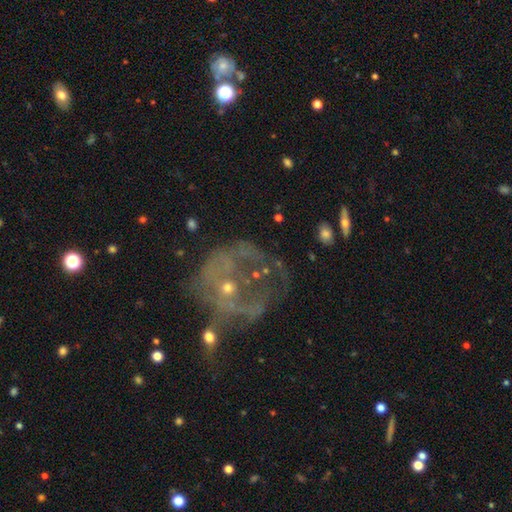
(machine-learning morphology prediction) smooth_or_featured: featured or disk (p=0.58) [alt: star or artifact p=0.25]
disk_edge_on: no (p=0.97) [alt: yes p=0.03]
bar: no (p=0.80) [alt: weak p=0.15]
has_spiral_arms: no (p=0.58) [alt: yes p=0.42]
bulge_size: small (p=0.64) [alt: none p=0.18]
merging: none (p=0.40) [alt: major disturbance p=0.35]